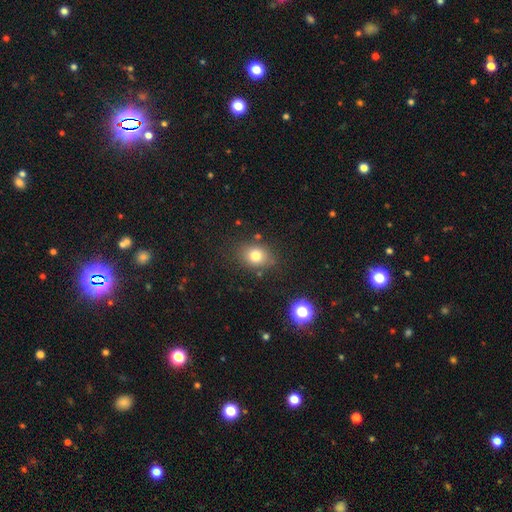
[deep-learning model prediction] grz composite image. It shows a smooth galaxy with no disk features (78%) that is in between round and cigar-shaped (52%). Merging: none (79%).